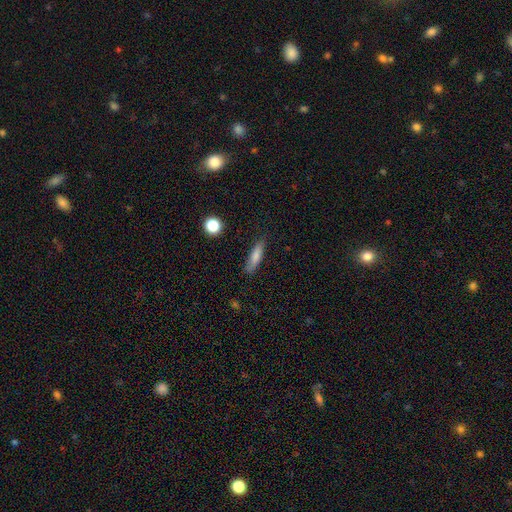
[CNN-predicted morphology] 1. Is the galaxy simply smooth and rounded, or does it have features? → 76% smooth, 16% featured or disk, 8% star or artifact.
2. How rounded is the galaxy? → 69% cigar-shaped, 28% in between, 3% round.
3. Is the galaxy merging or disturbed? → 80% none, 15% minor disturbance, 3% major disturbance, 2% merger.